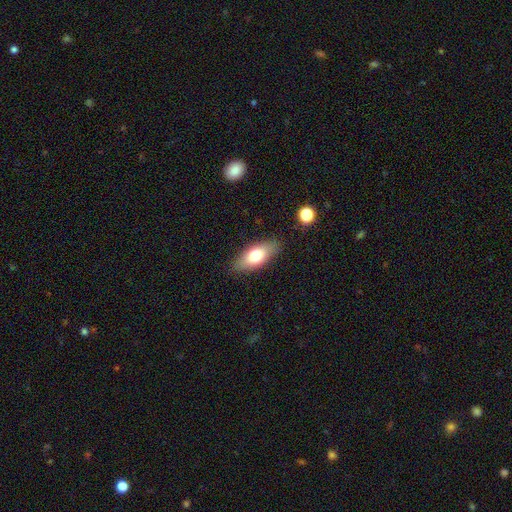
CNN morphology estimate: A smooth galaxy with no disk features (71%) that is in between round and cigar-shaped (81%).

Vote fractions:
- Smooth or featured? smooth: 71% / featured or disk: 22% / star or artifact: 7%
- How rounded? in between: 81% / cigar-shaped: 16% / round: 3%
- Merging? none: 85% / minor disturbance: 11% / major disturbance: 3% / merger: 1%